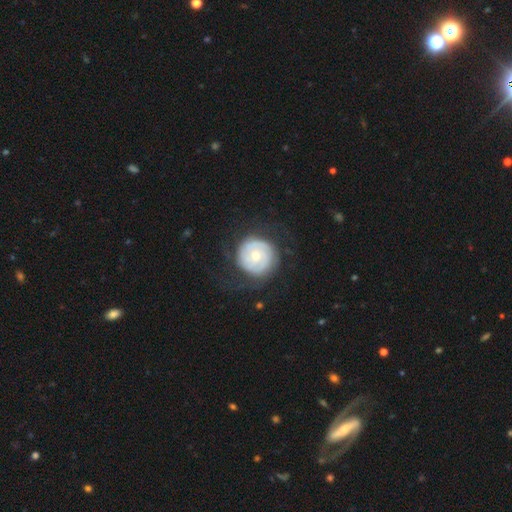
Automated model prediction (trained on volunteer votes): featured or disk 74%, smooth 21%, star or artifact 5%. Down the decision tree: edge-on disk — no (98%); bar — no (72%); spiral arms — yes (90%); spiral arm count — 2 (40%); spiral winding — tight (73%); bulge size — moderate (50%); merging — none (71%).